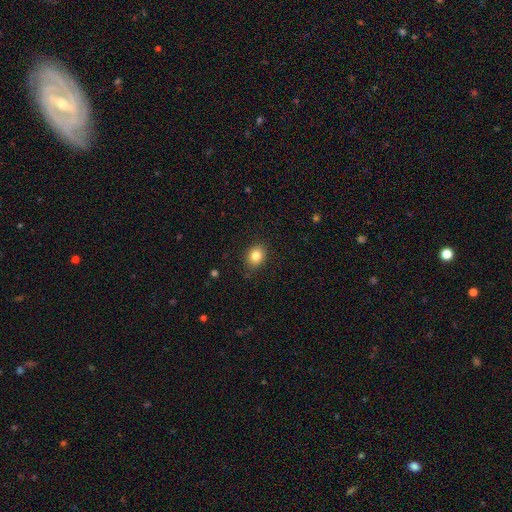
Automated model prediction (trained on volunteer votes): A smooth galaxy with no disk features (84%) that is in between round and cigar-shaped (50%). Merging: none (85%).